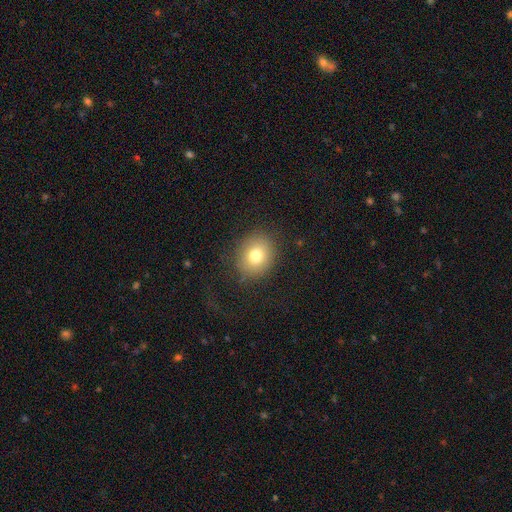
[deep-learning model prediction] Smooth or featured? smooth (76%)
How rounded? round (67%)
Merging? none (83%)